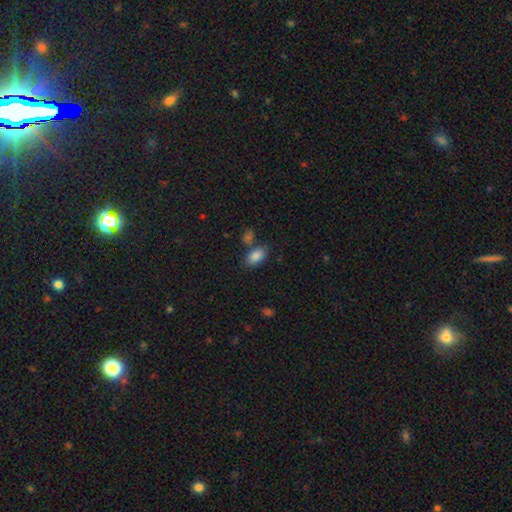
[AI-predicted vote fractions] smooth_or_featured: smooth (p=0.85) [alt: star or artifact p=0.08]
how_rounded: in between (p=0.92) [alt: round p=0.05]
merging: none (p=0.69) [alt: merger p=0.14]